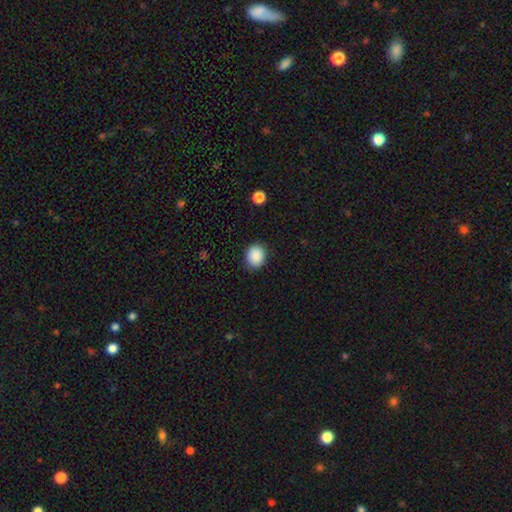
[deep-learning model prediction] The model was most divided on "how rounded": round: 64%, in between: 35%, cigar-shaped: 1%. More confident: smooth or featured — smooth (89%); merging — none (86%).